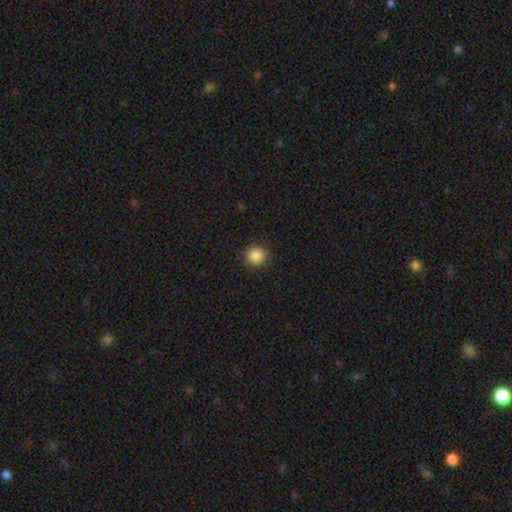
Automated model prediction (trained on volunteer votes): smooth 86%, star or artifact 10%, featured or disk 3%. Down the decision tree: how rounded — round (93%); merging — none (91%).